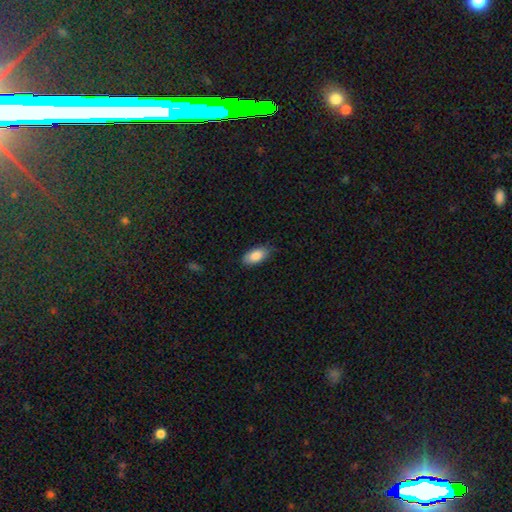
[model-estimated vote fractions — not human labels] Smooth or featured? smooth (87%)
How rounded? in between (92%)
Merging? none (77%)